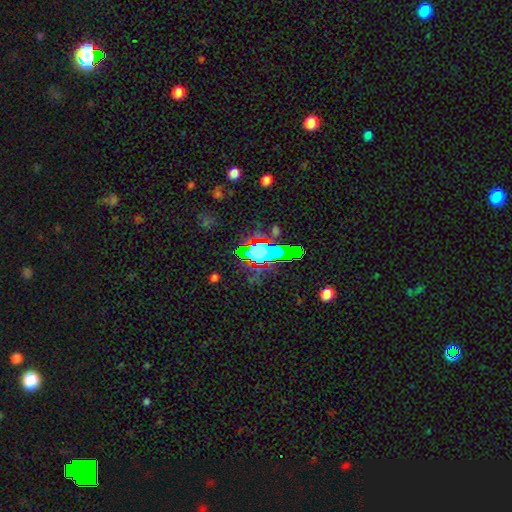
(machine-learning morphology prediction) Q: Smooth or featured?
A: star or artifact (52%); runner-up: smooth (33%)